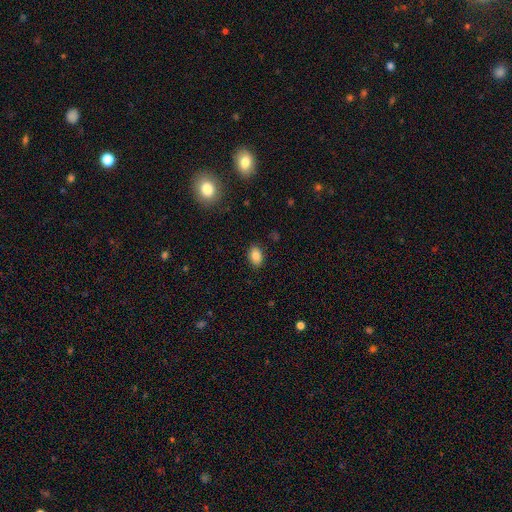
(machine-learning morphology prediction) Overall: smooth (84%). How rounded: in between (81%). Merging: none (86%).